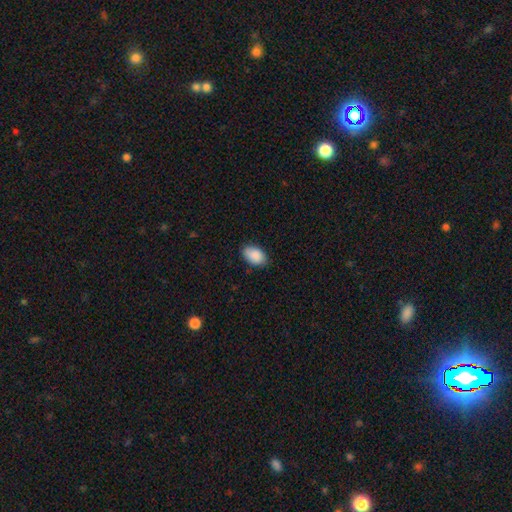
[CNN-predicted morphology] smooth_or_featured: smooth (p=0.89) [alt: star or artifact p=0.07]
how_rounded: in between (p=0.92) [alt: round p=0.07]
merging: none (p=0.82) [alt: minor disturbance p=0.14]